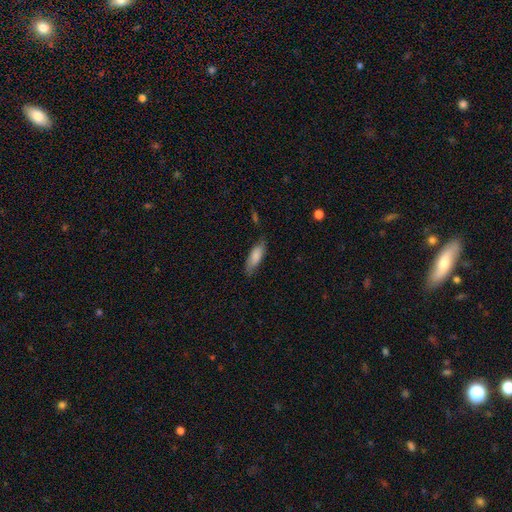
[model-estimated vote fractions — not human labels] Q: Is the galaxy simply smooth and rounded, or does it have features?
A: smooth — 83%.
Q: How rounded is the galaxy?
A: in between — 64%.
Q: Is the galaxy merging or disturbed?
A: none — 74%.